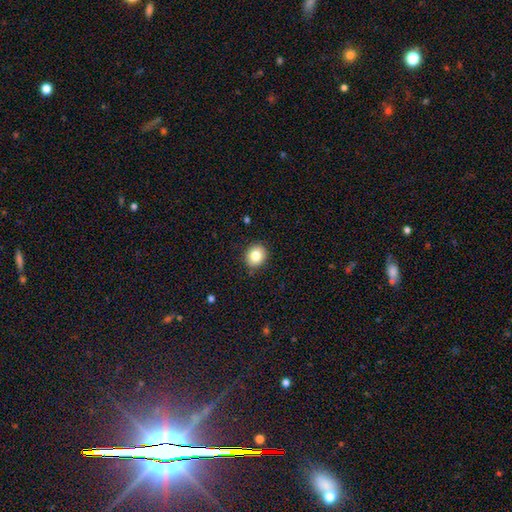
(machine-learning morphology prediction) type=smooth (83%); roundness=round (76%); merging=none (88%).